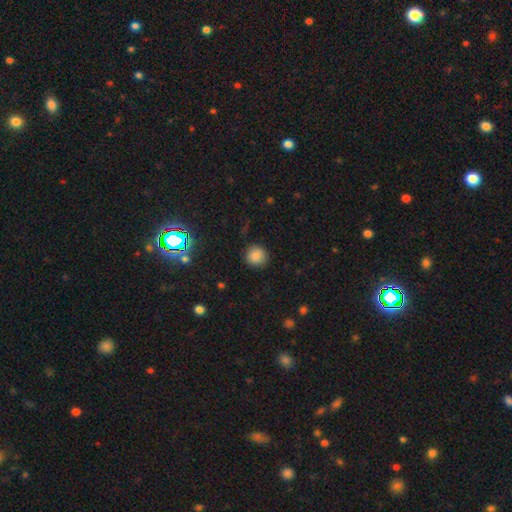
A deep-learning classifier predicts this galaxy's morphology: A smooth galaxy with no disk features (82%) that is round (93%).

Vote fractions:
- Smooth or featured? smooth: 82% / star or artifact: 13% / featured or disk: 5%
- How rounded? round: 93% / in between: 6% / cigar-shaped: 1%
- Merging? none: 88% / minor disturbance: 8% / major disturbance: 3% / merger: 1%